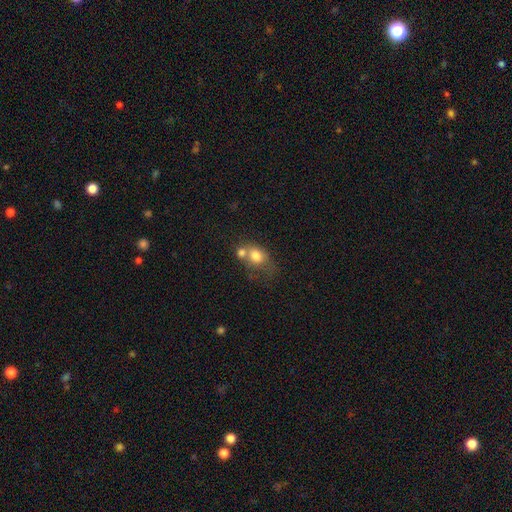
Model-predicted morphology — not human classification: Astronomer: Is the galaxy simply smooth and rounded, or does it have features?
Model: smooth — 75%.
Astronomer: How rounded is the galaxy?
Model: in between — 50% (runner-up: round, 48%).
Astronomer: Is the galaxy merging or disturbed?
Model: merger — 52% (runner-up: none, 27%).